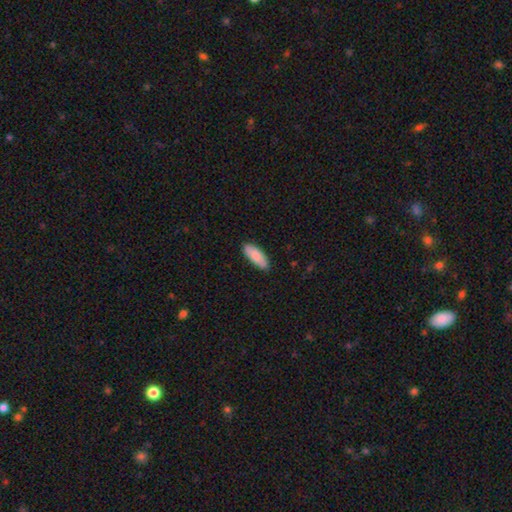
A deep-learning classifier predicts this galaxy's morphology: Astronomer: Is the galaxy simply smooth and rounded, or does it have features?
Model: smooth — 86%.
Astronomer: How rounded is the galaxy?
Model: in between — 69%.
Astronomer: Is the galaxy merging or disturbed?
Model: none — 86%.